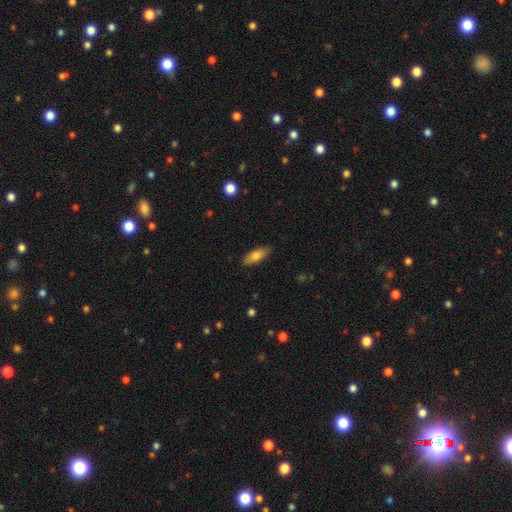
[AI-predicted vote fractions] This is likely a smooth galaxy (77%). How rounded: likely in between (68%). Merging: clearly none (87%).